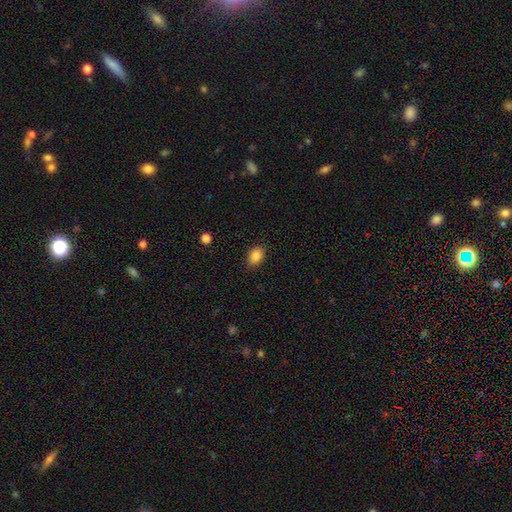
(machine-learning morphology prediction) smooth_or_featured: smooth (p=0.86) [alt: star or artifact p=0.09]
how_rounded: in between (p=0.76) [alt: round p=0.23]
merging: none (p=0.87) [alt: minor disturbance p=0.10]